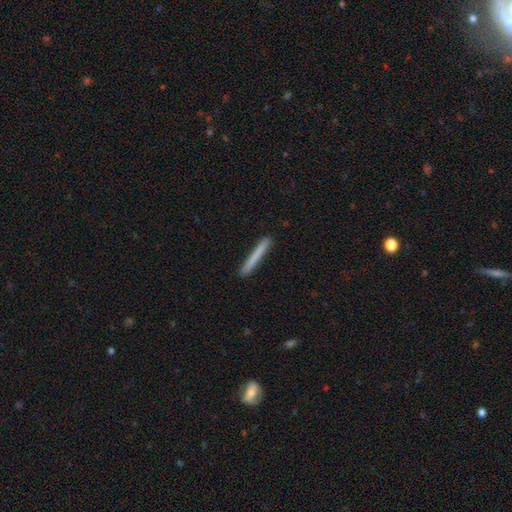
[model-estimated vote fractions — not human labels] Smooth or featured? smooth (74%)
How rounded? cigar-shaped (97%)
Merging? none (92%)